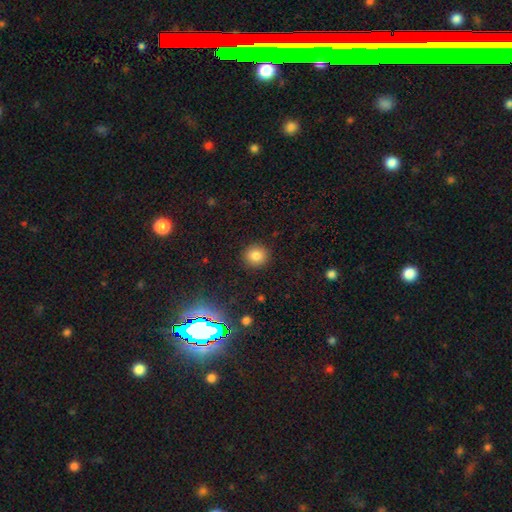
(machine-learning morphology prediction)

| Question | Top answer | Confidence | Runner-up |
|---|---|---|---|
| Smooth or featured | smooth | 82% | star or artifact (13%) |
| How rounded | round | 87% | in between (12%) |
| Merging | none | 90% | minor disturbance (6%) |